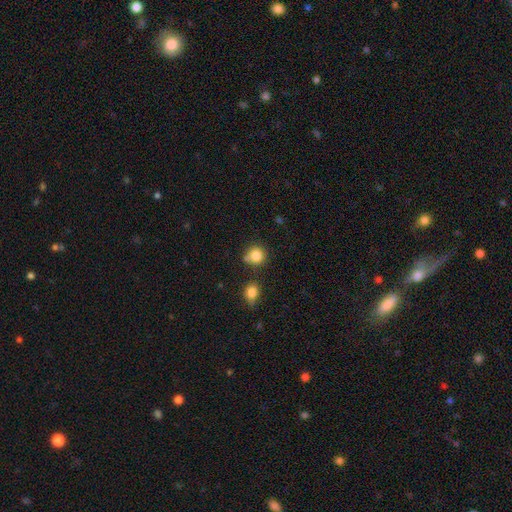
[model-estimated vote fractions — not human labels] A smooth galaxy with no disk features (84%) that is round (88%).

Vote fractions:
- Smooth or featured? smooth: 84% / star or artifact: 10% / featured or disk: 6%
- How rounded? round: 88% / in between: 11% / cigar-shaped: 1%
- Merging? none: 68% / merger: 15% / minor disturbance: 14% / major disturbance: 4%